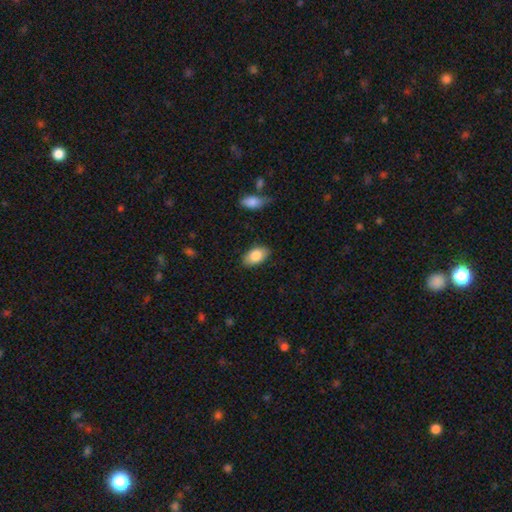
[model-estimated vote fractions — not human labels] smooth-or-featured: smooth: 83% | featured or disk: 11% | star or artifact: 6%
  how-rounded: in between: 93% | round: 5% | cigar-shaped: 2%
  merging: none: 85% | minor disturbance: 11% | major disturbance: 2% | merger: 1%